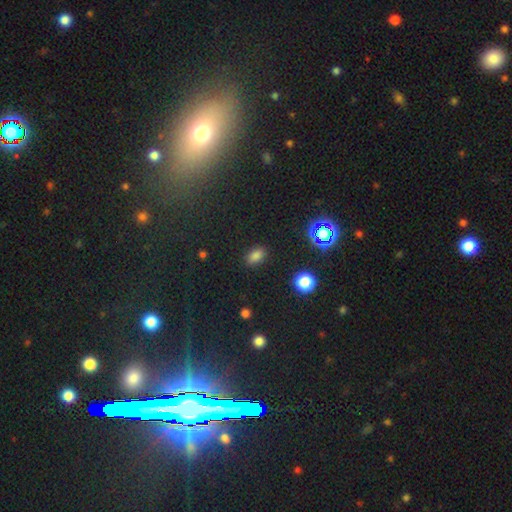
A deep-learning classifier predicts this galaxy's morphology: Overall: smooth (75%). How rounded: in between (83%). Merging: none (87%).